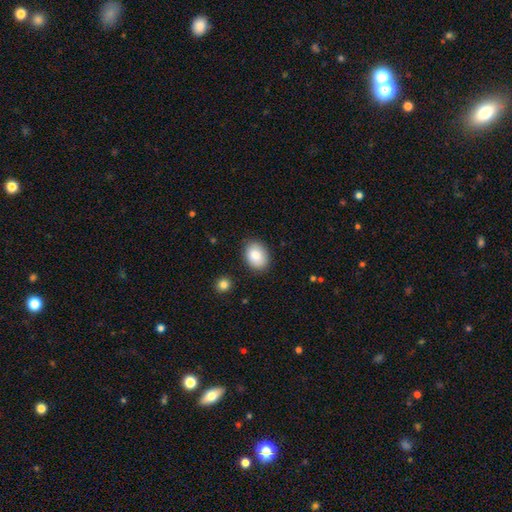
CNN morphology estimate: This appears to be a smooth galaxy with no disk features (86%) that is in between round and cigar-shaped (75%). Merging: none (86%).